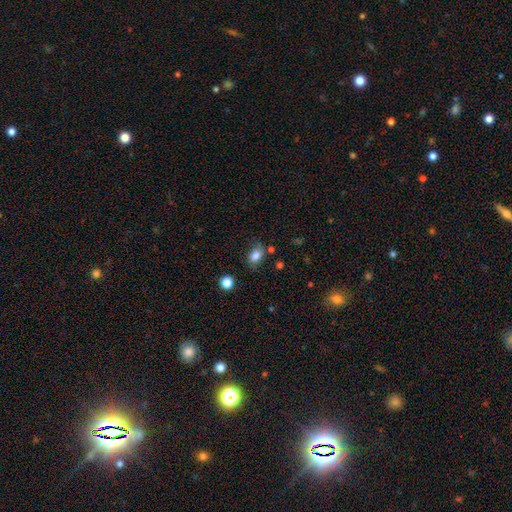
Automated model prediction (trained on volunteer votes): Overall: smooth (82%). How rounded: in between (78%). Merging: none (74%).